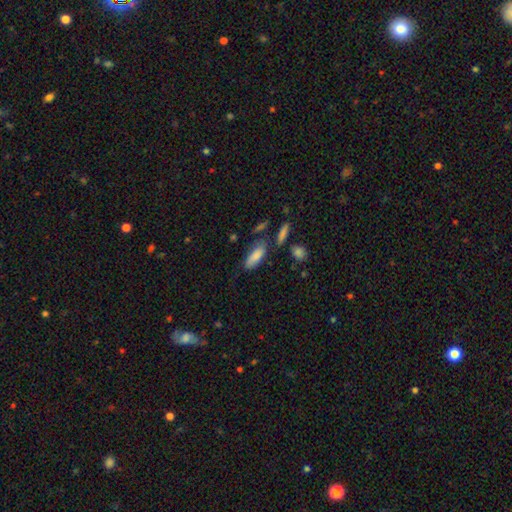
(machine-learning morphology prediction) Smooth or featured? smooth (82%)
How rounded? in between (75%)
Merging? none (59%)